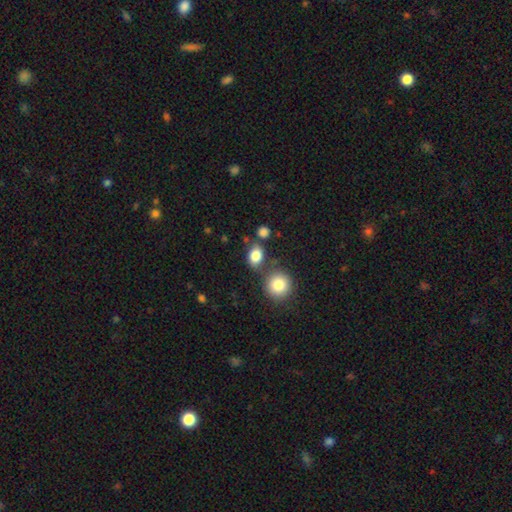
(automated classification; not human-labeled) Smooth or featured? Predicted: smooth (p=0.83). How rounded? Predicted: in between (p=0.69). Merging? Predicted: none (p=0.66).